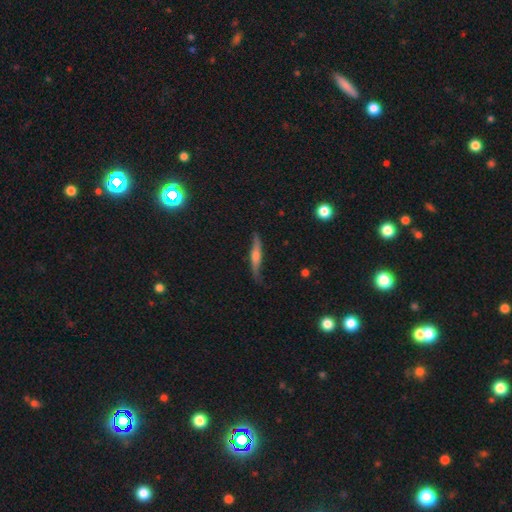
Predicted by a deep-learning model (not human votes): Smooth or featured? Predicted: featured or disk (p=0.61). Edge-on disk? Predicted: yes (p=0.84). Edge-on bulge? Predicted: rounded (p=0.76). Merging? Predicted: none (p=0.73).